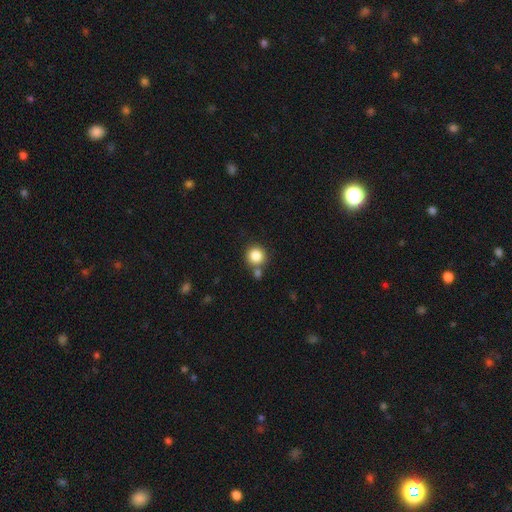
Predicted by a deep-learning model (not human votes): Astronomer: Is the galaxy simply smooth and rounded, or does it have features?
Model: smooth — 84%.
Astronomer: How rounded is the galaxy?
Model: round — 92%.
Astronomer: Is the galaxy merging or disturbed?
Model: none — 69%.